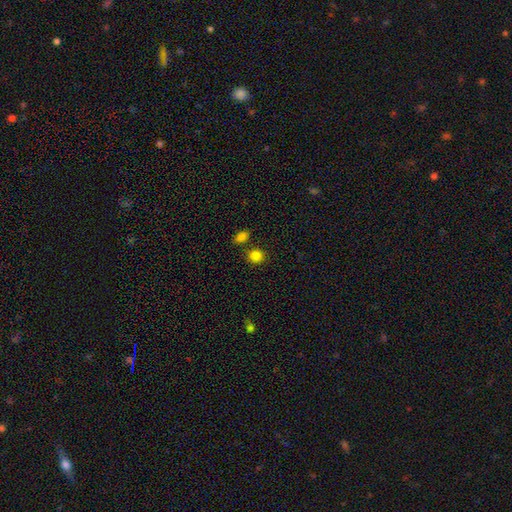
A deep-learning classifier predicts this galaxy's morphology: A smooth galaxy with no disk features (85%) that is round (80%). Merging: none (76%).